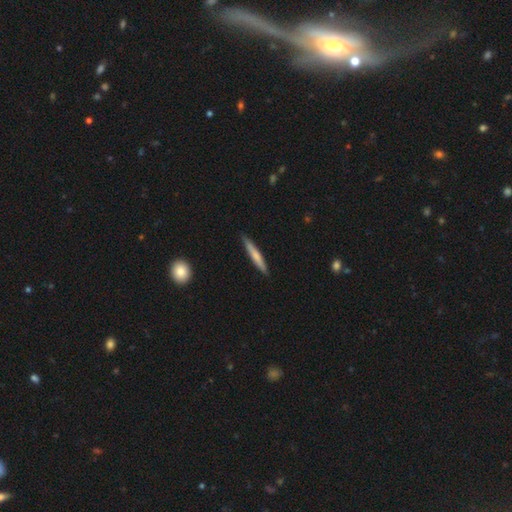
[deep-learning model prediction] This is likely a smooth galaxy (65%). How rounded: clearly cigar-shaped (94%). Merging: clearly none (88%).